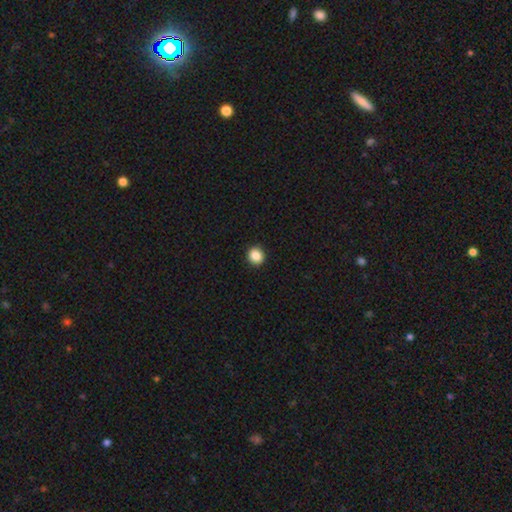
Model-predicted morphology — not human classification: smooth 87%, star or artifact 10%, featured or disk 4%. Down the decision tree: how rounded — round (86%); merging — none (93%).